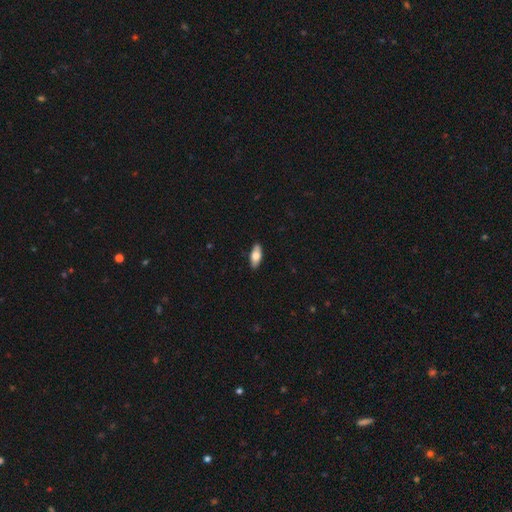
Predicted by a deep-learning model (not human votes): A smooth galaxy with no disk features (72%) that is in between round and cigar-shaped (82%). Merging: none (87%).